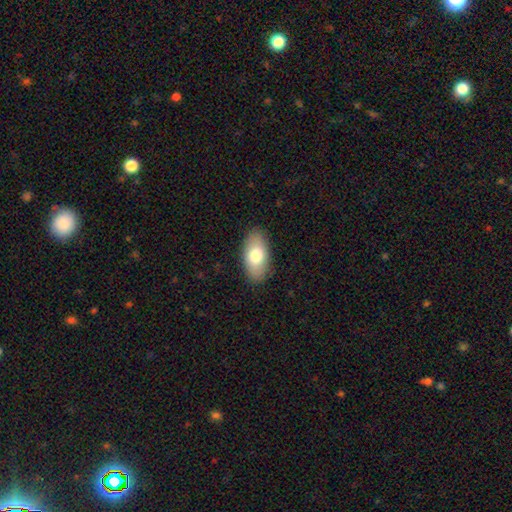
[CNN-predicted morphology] A smooth galaxy with no disk features (75%) that is in between round and cigar-shaped (93%). Merging: none (87%).